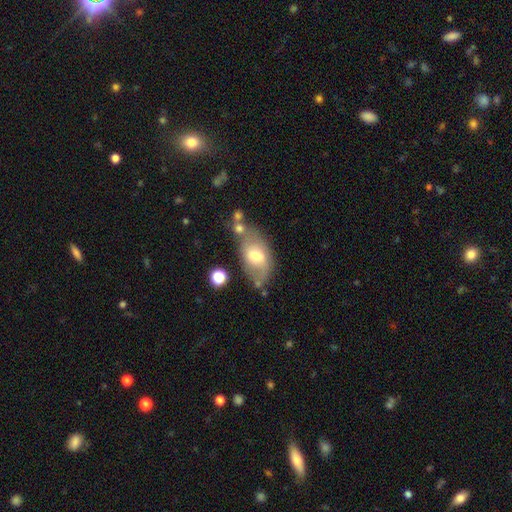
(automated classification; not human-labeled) Smooth or featured?
  - smooth: 56% *
  - featured or disk: 37%
  - star or artifact: 8%
How rounded?
  - in between: 89% *
  - round: 8%
  - cigar-shaped: 3%
Merging?
  - none: 52% *
  - minor disturbance: 22%
  - merger: 16%
  - major disturbance: 10%